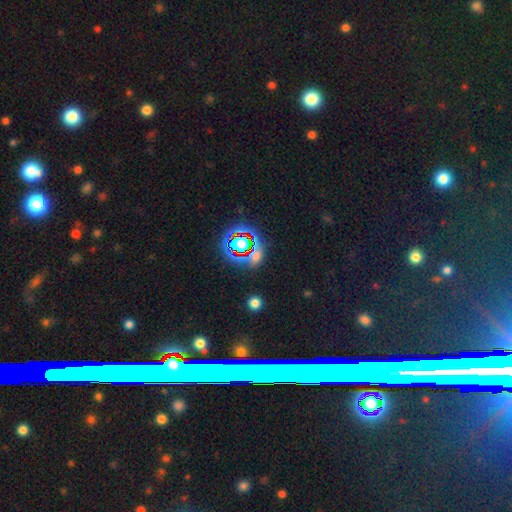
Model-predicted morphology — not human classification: This is possibly a star or artifact rather than a galaxy (55%).